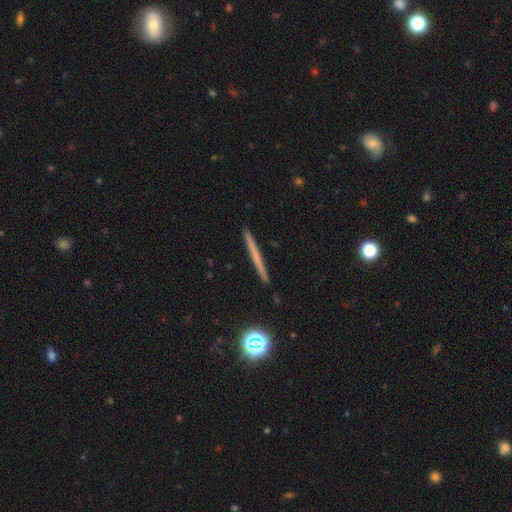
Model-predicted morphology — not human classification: This appears to be a smooth galaxy with no disk features (46%, tied with featured or disk). Merging: none (92%).